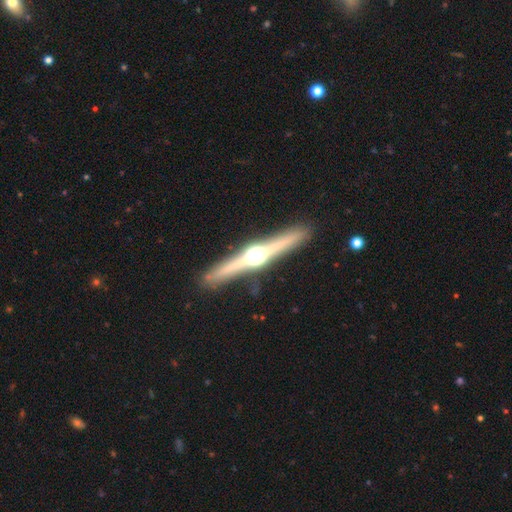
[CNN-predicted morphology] A featured or disk galaxy (82%) viewed edge-on (98%) with a rounded central bulge (95%). Merging: none (89%).